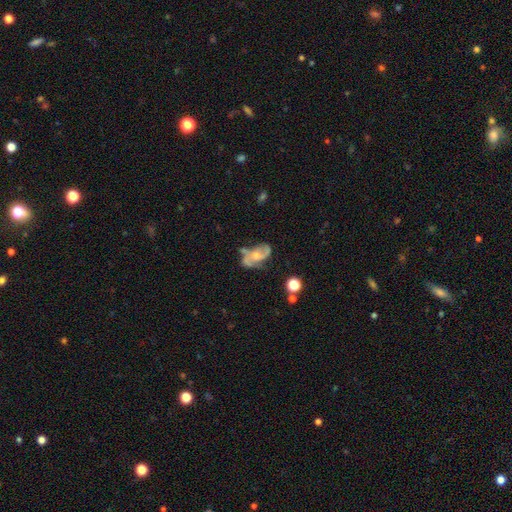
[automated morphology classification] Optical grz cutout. It shows a featured or disk galaxy (70%) with no bar (69%), 2 (61%) medium (44%) spiral arms (79%) and a moderate central bulge (46%). Merging: none (36%).